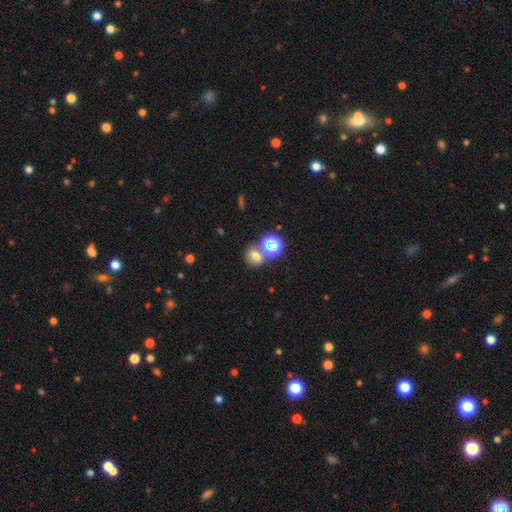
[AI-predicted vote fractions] Smooth or featured: smooth — 65% (star or artifact — 24%)
How rounded: round — 58% (in between — 41%)
Merging: none — 54% (merger — 30%)